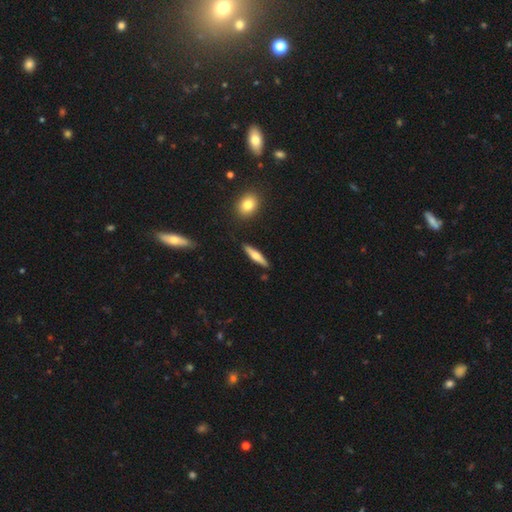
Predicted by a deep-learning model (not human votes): Smooth or featured? Predicted: featured or disk (p=0.49). Merging? Predicted: none (p=0.88).